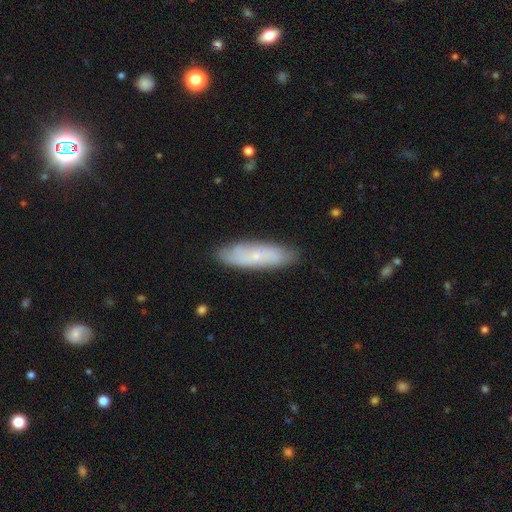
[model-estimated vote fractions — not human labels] A smooth galaxy with no disk features (49%). Merging: none (82%).